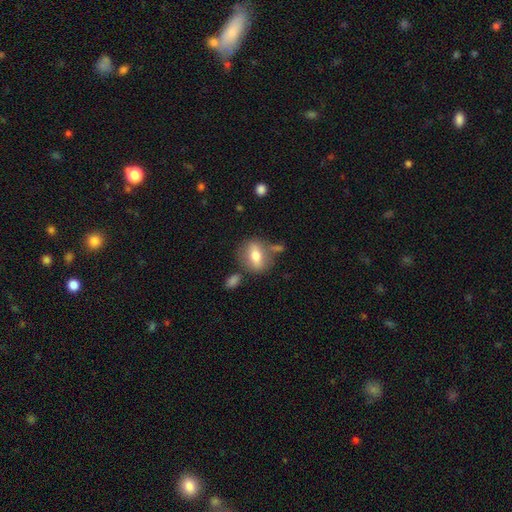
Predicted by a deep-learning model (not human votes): Smooth or featured? Predicted: smooth (p=0.59). How rounded? Predicted: in between (p=0.63). Merging? Predicted: none (p=0.65).